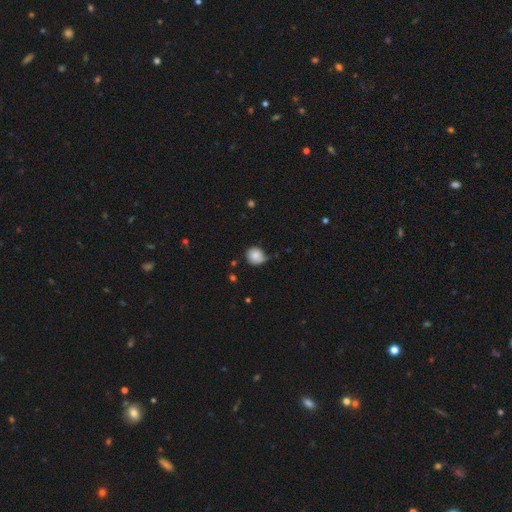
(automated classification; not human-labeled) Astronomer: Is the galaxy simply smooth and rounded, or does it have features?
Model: smooth — 82%.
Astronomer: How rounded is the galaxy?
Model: round — 83%.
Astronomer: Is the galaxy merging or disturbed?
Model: none — 52% (runner-up: minor disturbance, 36%).